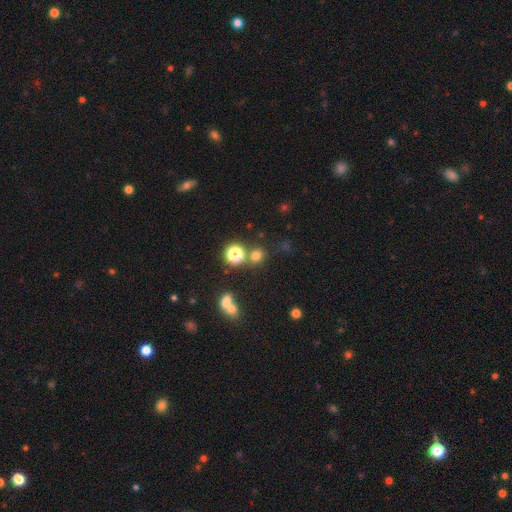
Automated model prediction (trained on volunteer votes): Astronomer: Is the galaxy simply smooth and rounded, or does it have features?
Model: smooth — 70%.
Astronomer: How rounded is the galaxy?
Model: round — 84%.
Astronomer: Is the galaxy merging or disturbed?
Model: none — 74%.